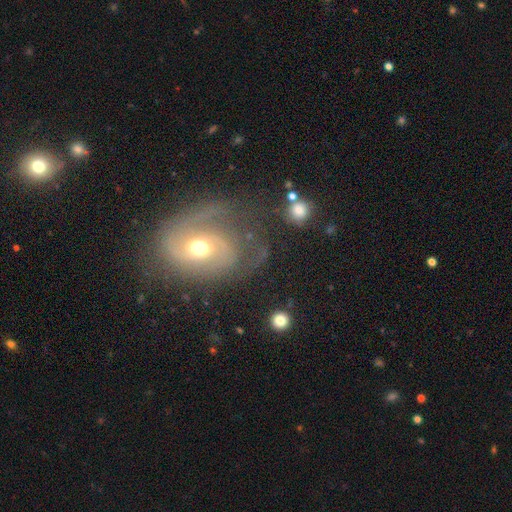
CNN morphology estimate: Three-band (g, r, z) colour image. It shows a featured or disk galaxy (77%) with no bar (57%), 2 (48%) tight (41%) spiral arms (89%) and a moderate central bulge (67%). Merging: none (54%).